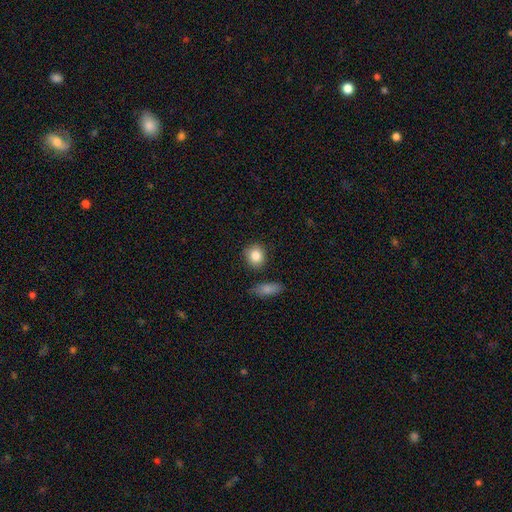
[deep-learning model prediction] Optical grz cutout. It shows a smooth galaxy with no disk features (85%) that is round (76%). Merging: none (81%).